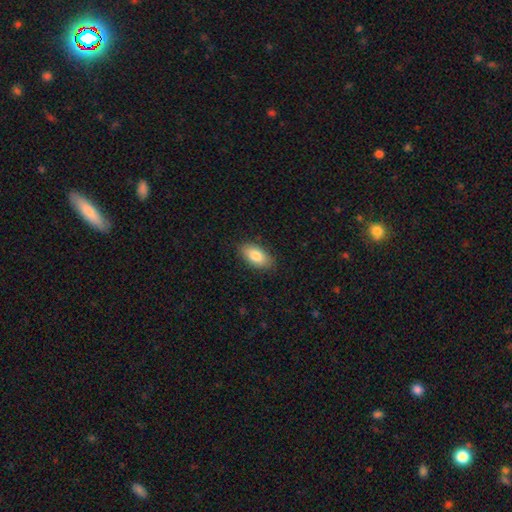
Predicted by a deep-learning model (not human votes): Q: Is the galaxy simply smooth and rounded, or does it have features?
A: smooth — 83%.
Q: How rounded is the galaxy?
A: in between — 93%.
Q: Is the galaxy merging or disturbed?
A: none — 86%.